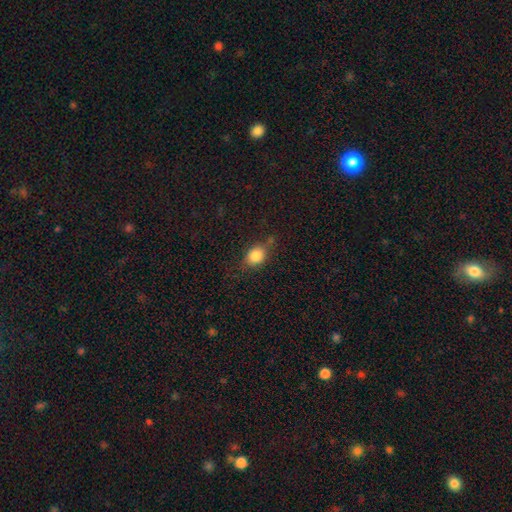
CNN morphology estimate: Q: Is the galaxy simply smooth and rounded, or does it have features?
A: smooth — 83%.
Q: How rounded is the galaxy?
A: in between — 58%.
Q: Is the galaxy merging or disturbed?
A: none — 62%.